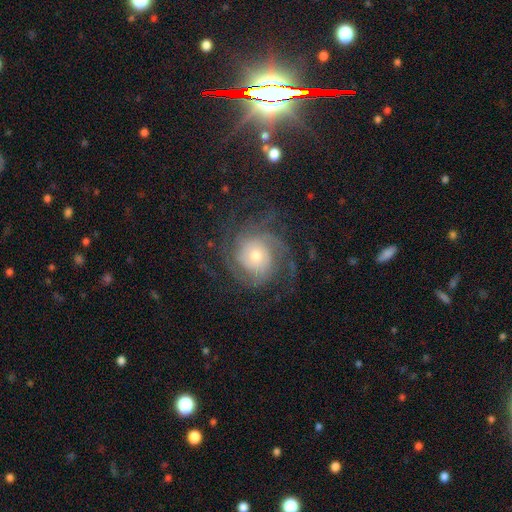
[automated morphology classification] This appears to be a featured or disk galaxy (84%) with no bar (78%), 3 (26%) tight (56%) spiral arms (96%) and a moderate central bulge (49%). Merging: none (72%).